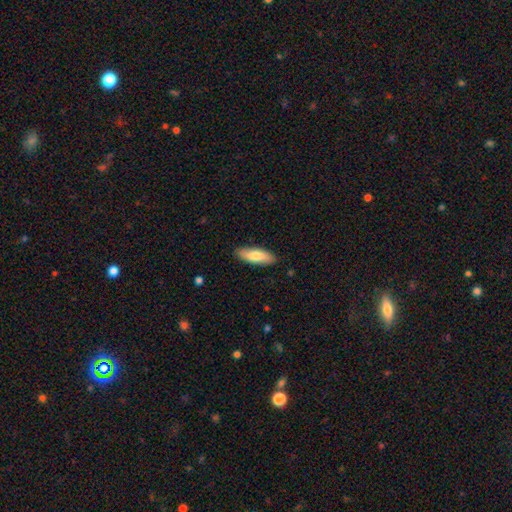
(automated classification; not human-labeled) smooth-or-featured: smooth: 77% | featured or disk: 17% | star or artifact: 5%
  how-rounded: in between: 59% | cigar-shaped: 39% | round: 2%
  merging: none: 88% | minor disturbance: 9% | major disturbance: 2% | merger: 1%